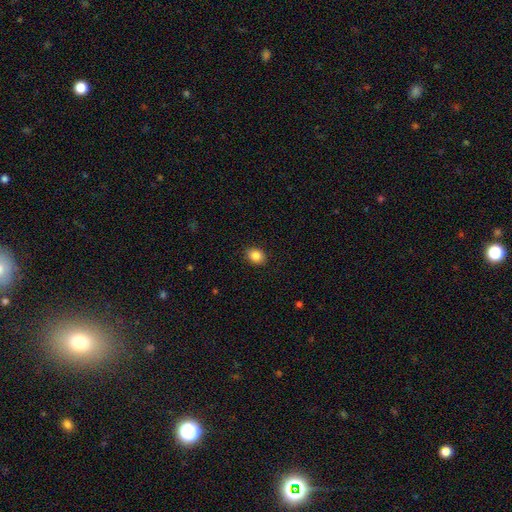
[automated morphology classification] The model was most divided on "how rounded": in between: 58%, round: 41%, cigar-shaped: 1%. More confident: merging — none (90%); smooth or featured — smooth (87%).